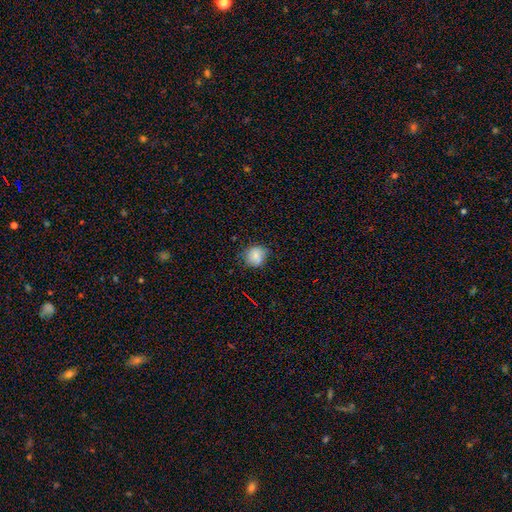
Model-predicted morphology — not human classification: Smooth or featured: smooth — 79% (star or artifact — 11%)
How rounded: round — 82% (in between — 17%)
Merging: none — 73% (minor disturbance — 21%)